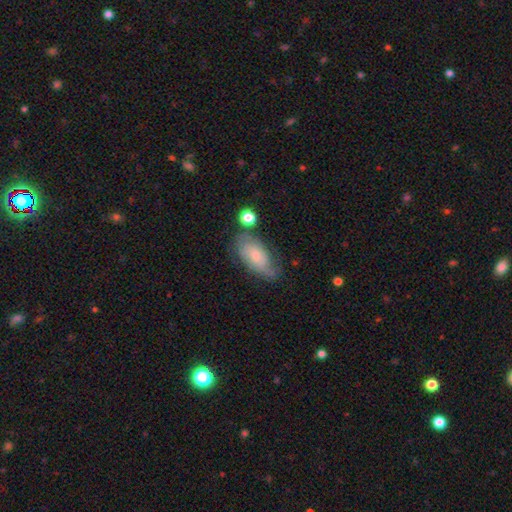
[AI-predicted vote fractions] The model was most divided on "smooth or featured": smooth: 52%, featured or disk: 40%, star or artifact: 8%. More confident: how rounded — in between (88%); merging — none (55%).